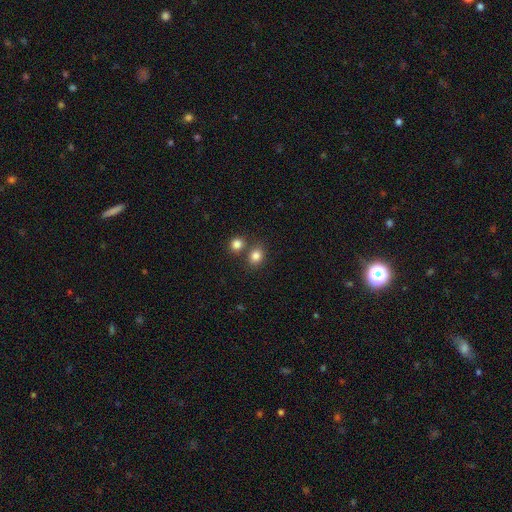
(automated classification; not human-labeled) This is clearly a smooth galaxy (83%). How rounded: possibly round (60%). Merging: likely none (63%).